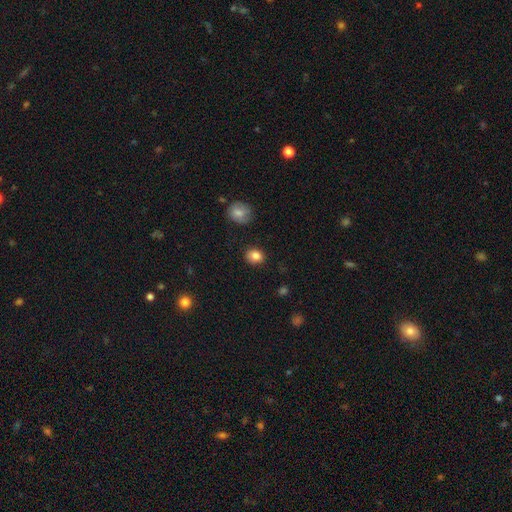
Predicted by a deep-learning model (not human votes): Smooth or featured: smooth — 84% (star or artifact — 10%)
How rounded: round — 66% (in between — 33%)
Merging: none — 84% (minor disturbance — 12%)